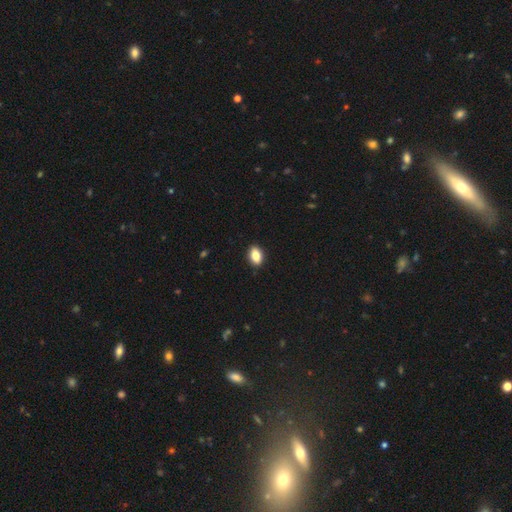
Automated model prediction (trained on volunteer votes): A smooth galaxy with no disk features (85%) that is in between round and cigar-shaped (87%).

Vote fractions:
- Smooth or featured? smooth: 85% / star or artifact: 8% / featured or disk: 7%
- How rounded? in between: 87% / round: 11% / cigar-shaped: 3%
- Merging? none: 90% / minor disturbance: 7% / major disturbance: 2% / merger: 1%